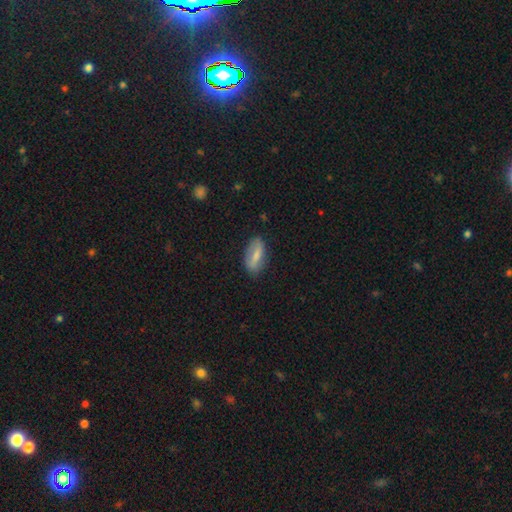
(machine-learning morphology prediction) smooth-or-featured: smooth: 67% | featured or disk: 26% | star or artifact: 7%
  how-rounded: in between: 85% | cigar-shaped: 11% | round: 3%
  merging: none: 76% | minor disturbance: 18% | major disturbance: 4% | merger: 1%